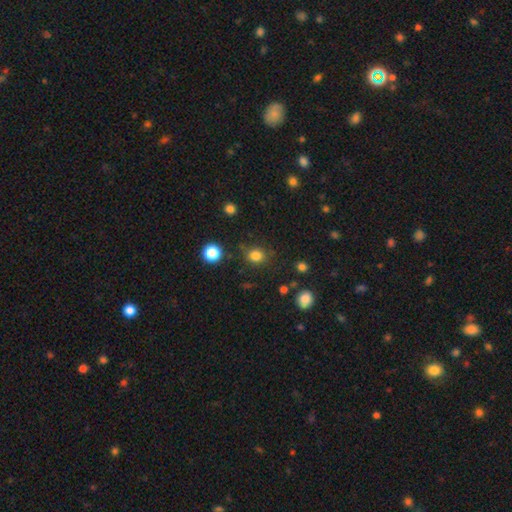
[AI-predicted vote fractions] Smooth or featured: smooth — 82% (star or artifact — 14%)
How rounded: round — 73% (in between — 26%)
Merging: none — 81% (minor disturbance — 12%)